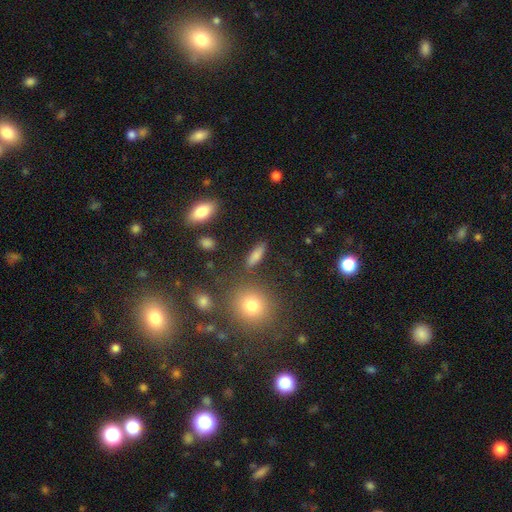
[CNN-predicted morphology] smooth-or-featured: smooth: 78% | featured or disk: 12% | star or artifact: 11%
  how-rounded: in between: 48% | cigar-shaped: 45% | round: 7%
  merging: none: 82% | minor disturbance: 10% | merger: 4% | major disturbance: 4%